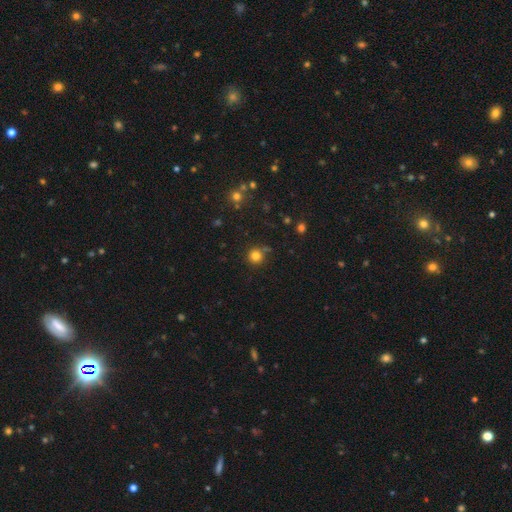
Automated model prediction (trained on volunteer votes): A smooth galaxy with no disk features (81%) that is round (93%).

Vote fractions:
- Smooth or featured? smooth: 81% / star or artifact: 14% / featured or disk: 5%
- How rounded? round: 93% / in between: 6% / cigar-shaped: 1%
- Merging? none: 79% / minor disturbance: 10% / merger: 7% / major disturbance: 3%